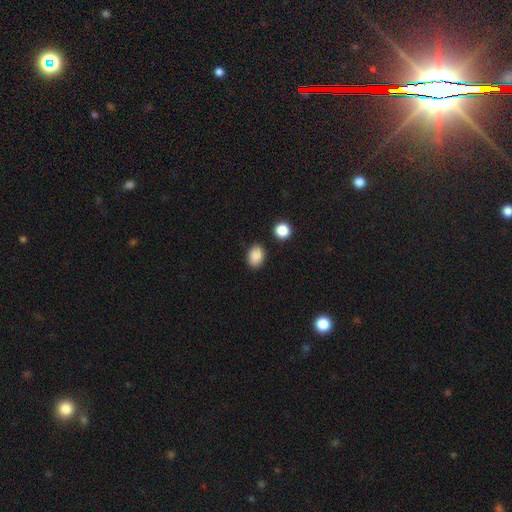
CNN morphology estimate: This appears to be a smooth galaxy with no disk features (88%) that is in between round and cigar-shaped (70%). Merging: none (85%).